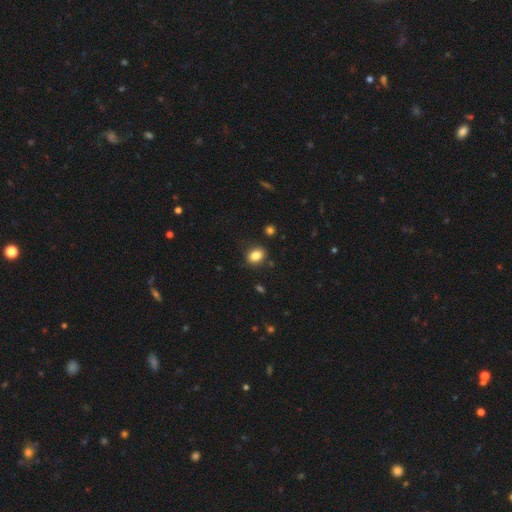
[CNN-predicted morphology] smooth_or_featured: smooth (p=0.85) [alt: star or artifact p=0.10]
how_rounded: in between (p=0.65) [alt: round p=0.34]
merging: none (p=0.85) [alt: minor disturbance p=0.11]